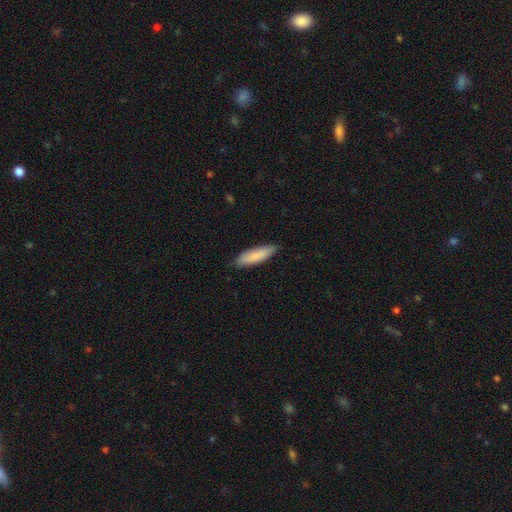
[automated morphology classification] This appears to be a smooth galaxy with no disk features (85%) that is cigar-shaped (66%). Merging: none (84%).